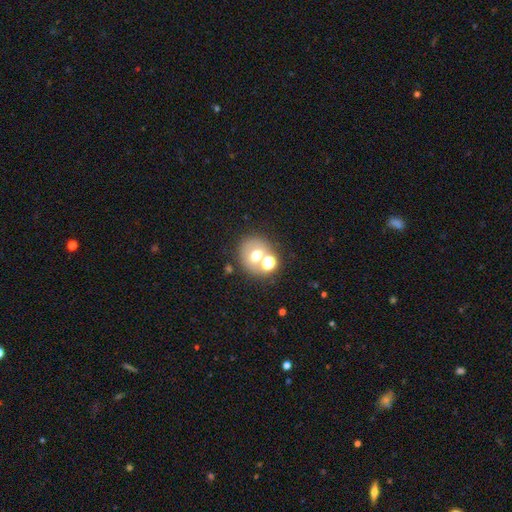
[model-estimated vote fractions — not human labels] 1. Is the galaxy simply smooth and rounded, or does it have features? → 59% smooth, 24% featured or disk, 17% star or artifact.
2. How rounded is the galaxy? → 79% round, 20% in between, 1% cigar-shaped.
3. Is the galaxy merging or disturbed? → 55% none, 31% merger, 9% minor disturbance, 5% major disturbance.